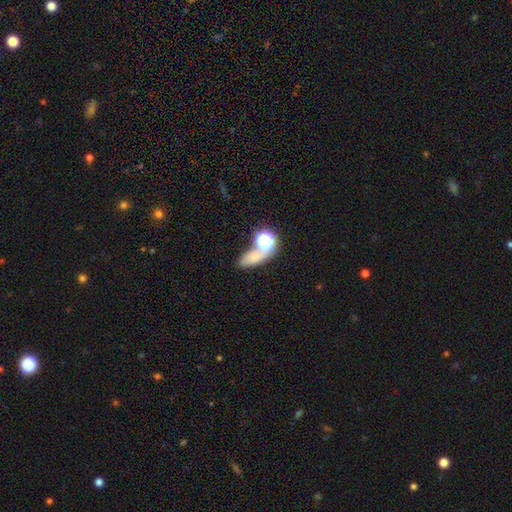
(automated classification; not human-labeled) Smooth or featured: smooth — 60% (star or artifact — 24%)
How rounded: in between — 58% (round — 29%)
Merging: none — 45% (merger — 33%)